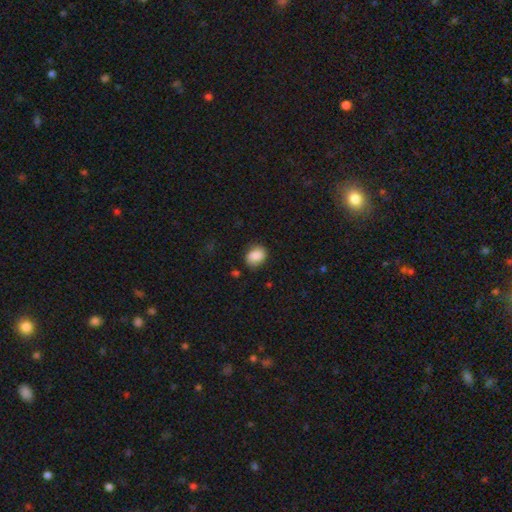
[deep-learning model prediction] Smooth or featured: smooth — 84% (star or artifact — 8%)
How rounded: in between — 58% (round — 41%)
Merging: none — 77% (minor disturbance — 17%)